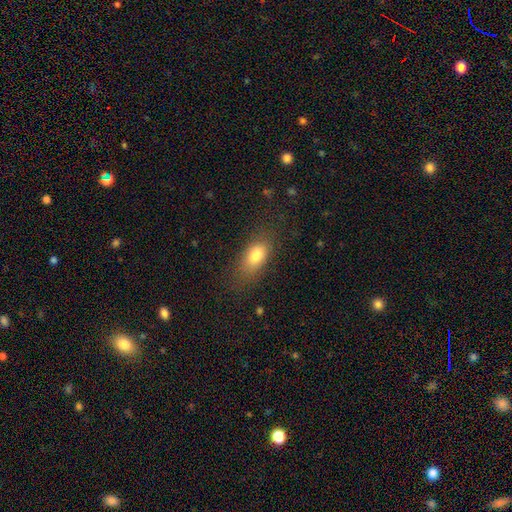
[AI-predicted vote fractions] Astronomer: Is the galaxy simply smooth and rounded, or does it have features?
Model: smooth — 79%.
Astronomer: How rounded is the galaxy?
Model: in between — 85%.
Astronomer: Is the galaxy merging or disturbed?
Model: none — 72%.